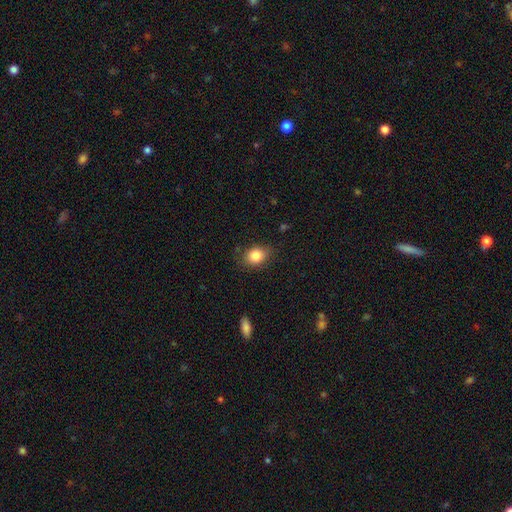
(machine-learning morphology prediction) Smooth or featured?
  - smooth: 84% *
  - star or artifact: 9%
  - featured or disk: 7%
How rounded?
  - in between: 57% *
  - round: 42%
  - cigar-shaped: 1%
Merging?
  - none: 78% *
  - minor disturbance: 17%
  - major disturbance: 4%
  - merger: 1%